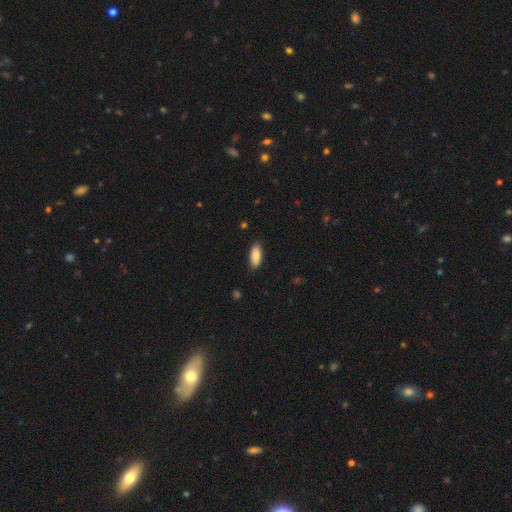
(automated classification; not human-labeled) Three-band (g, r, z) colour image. It shows a smooth galaxy with no disk features (87%) that is in between round and cigar-shaped (82%). Merging: none (86%).